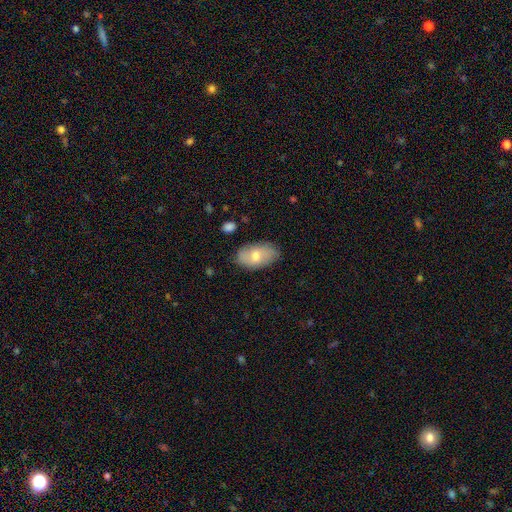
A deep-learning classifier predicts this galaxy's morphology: Smooth or featured? smooth (64%)
How rounded? in between (93%)
Merging? none (80%)